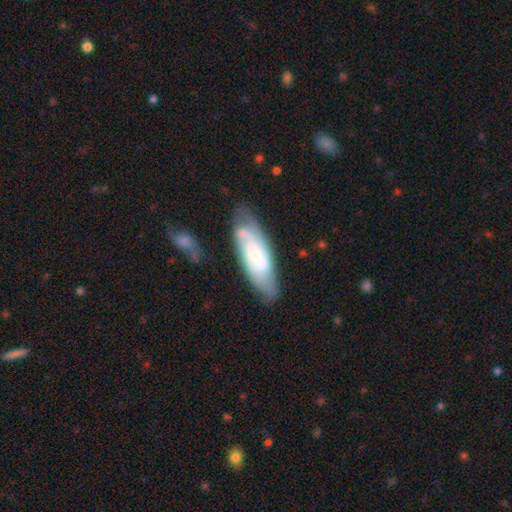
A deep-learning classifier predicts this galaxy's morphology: type=featured or disk (62%); edge-on=no (83%); bar=no (70%); spiral arms=yes (81%); bulge=small (63%); merging=none (68%).